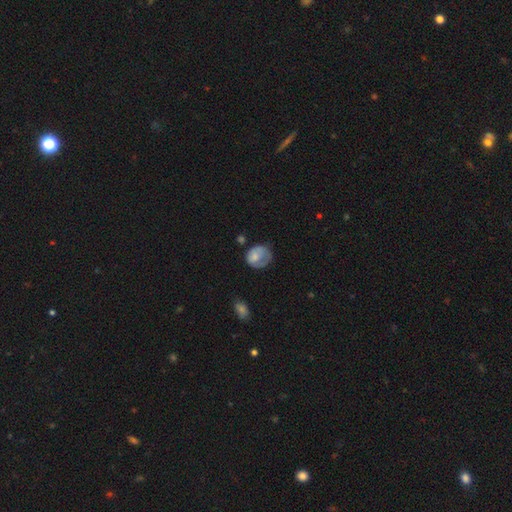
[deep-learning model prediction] Smooth or featured? smooth (66%)
How rounded? round (65%)
Merging? none (38%)